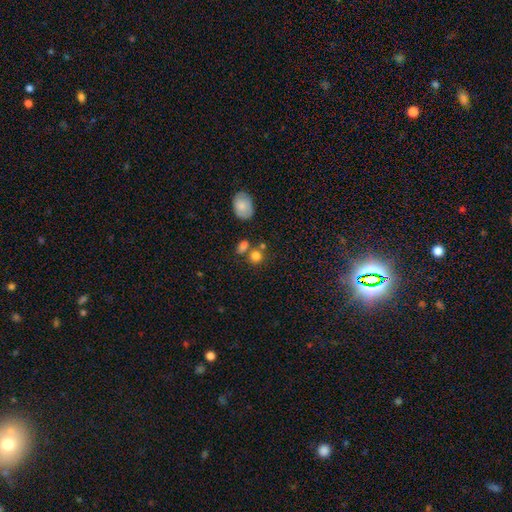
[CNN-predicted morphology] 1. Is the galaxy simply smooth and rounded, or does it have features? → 80% smooth, 12% star or artifact, 8% featured or disk.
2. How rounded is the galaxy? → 77% round, 22% in between, 1% cigar-shaped.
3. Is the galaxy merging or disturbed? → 59% none, 25% merger, 12% minor disturbance, 5% major disturbance.